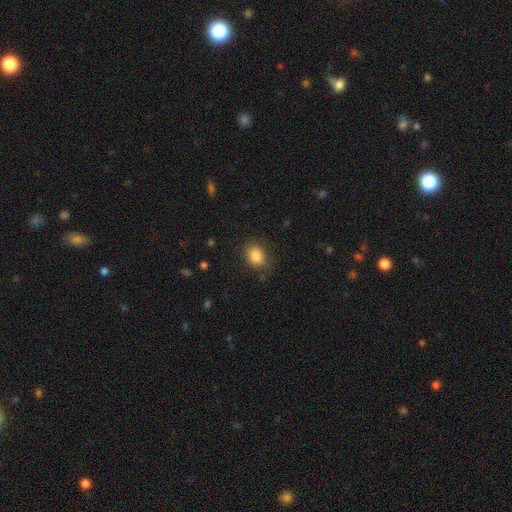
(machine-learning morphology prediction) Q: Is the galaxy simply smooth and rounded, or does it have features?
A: smooth — 86%.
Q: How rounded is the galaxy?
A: in between — 60%.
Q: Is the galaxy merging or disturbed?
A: none — 72%.